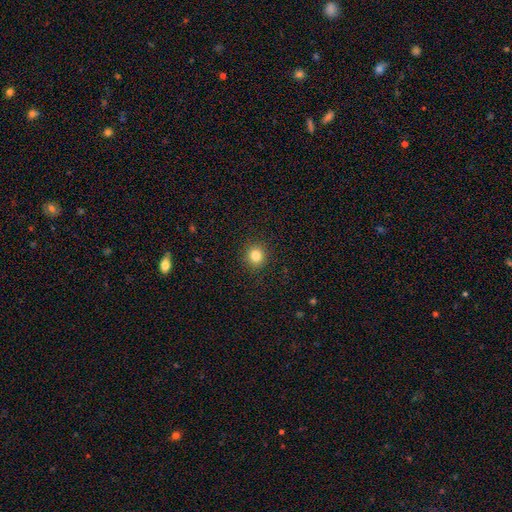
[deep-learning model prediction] The model was most divided on "smooth or featured": smooth: 83%, star or artifact: 12%, featured or disk: 5%. More confident: merging — none (92%); how rounded — round (91%).